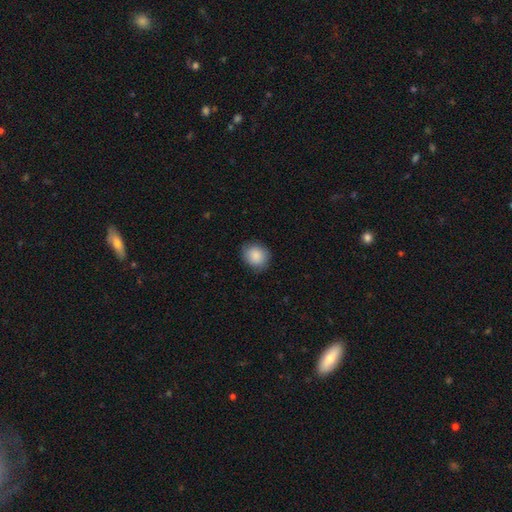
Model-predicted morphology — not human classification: A smooth galaxy with no disk features (88%) that is round (73%).

Vote fractions:
- Smooth or featured? smooth: 88% / star or artifact: 7% / featured or disk: 5%
- How rounded? round: 73% / in between: 26% / cigar-shaped: 1%
- Merging? none: 83% / minor disturbance: 13% / major disturbance: 3% / merger: 1%